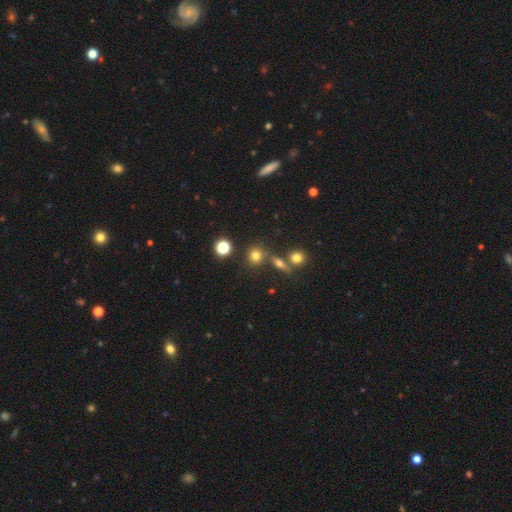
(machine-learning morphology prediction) Smooth or featured? Predicted: smooth (p=0.70). How rounded? Predicted: round (p=0.85). Merging? Predicted: none (p=0.70).